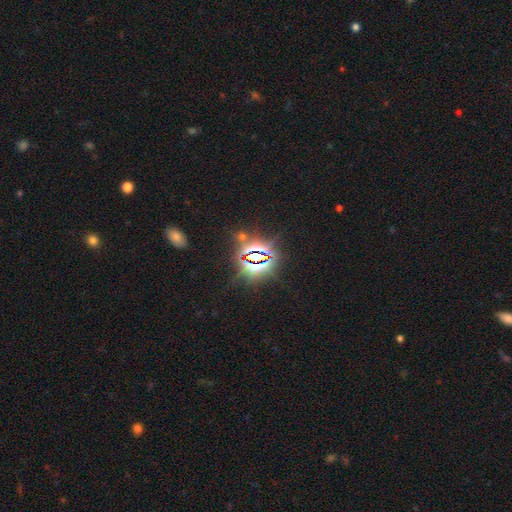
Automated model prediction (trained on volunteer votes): Overall: star or artifact (83%).